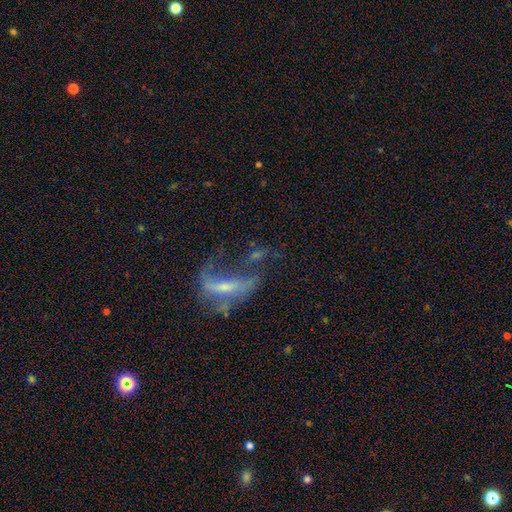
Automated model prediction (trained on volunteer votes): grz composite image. It shows a featured or disk galaxy (62%) with no bar (44%), spiral arms (55%) and a small central bulge (51%). Merging: major disturbance (47%).